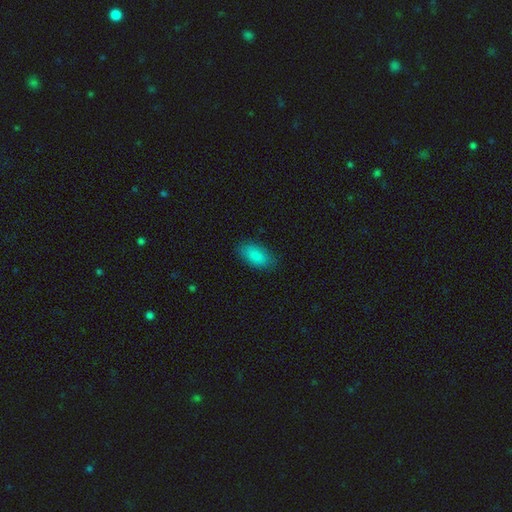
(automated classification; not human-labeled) smooth_or_featured: smooth (p=0.88) [alt: star or artifact p=0.07]
how_rounded: in between (p=0.92) [alt: cigar-shaped p=0.05]
merging: none (p=0.84) [alt: minor disturbance p=0.12]